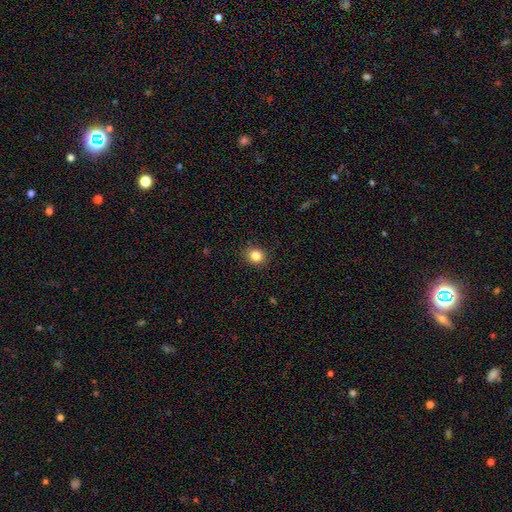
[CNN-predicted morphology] Smooth or featured? Predicted: smooth (p=0.84). How rounded? Predicted: round (p=0.71). Merging? Predicted: none (p=0.89).